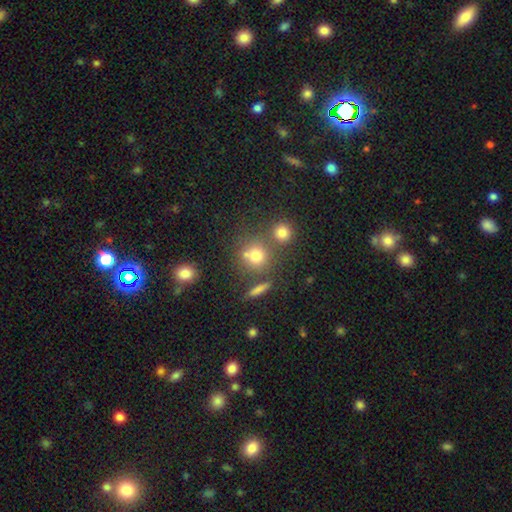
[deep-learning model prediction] Smooth or featured? Predicted: smooth (p=0.72). How rounded? Predicted: round (p=0.85). Merging? Predicted: none (p=0.61).